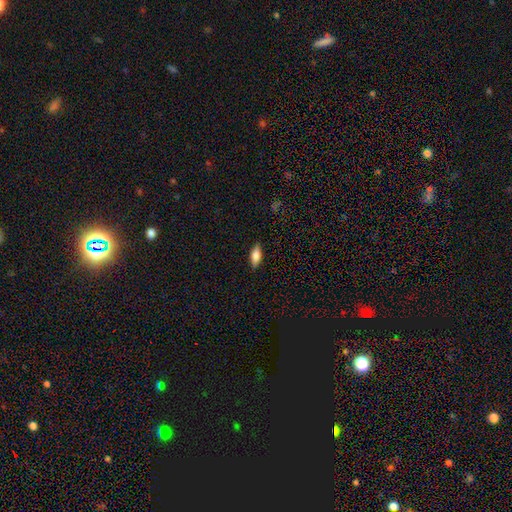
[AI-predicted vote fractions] Overall: smooth (71%). How rounded: in between (72%). Merging: none (86%).